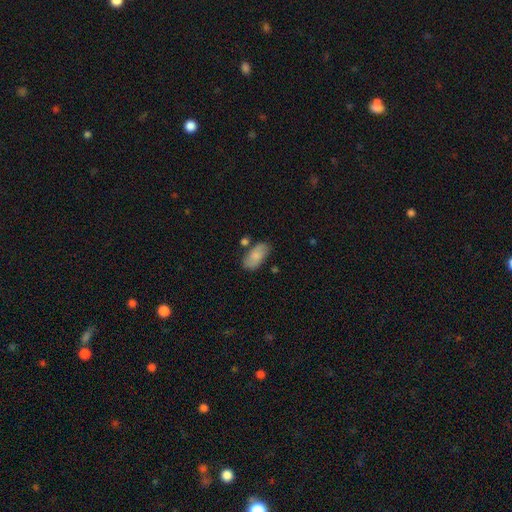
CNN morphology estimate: This appears to be a smooth galaxy with no disk features (78%) that is in between round and cigar-shaped (93%). Merging: none (68%).